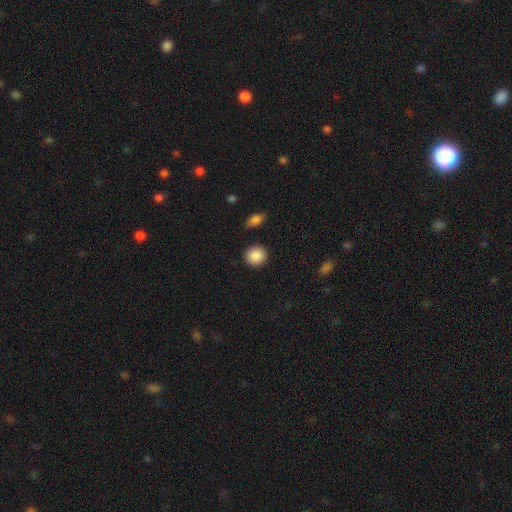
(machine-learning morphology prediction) A smooth galaxy with no disk features (89%) that is round (92%).

Vote fractions:
- Smooth or featured? smooth: 89% / star or artifact: 7% / featured or disk: 3%
- How rounded? round: 92% / in between: 7% / cigar-shaped: 1%
- Merging? none: 90% / minor disturbance: 6% / major disturbance: 2% / merger: 2%